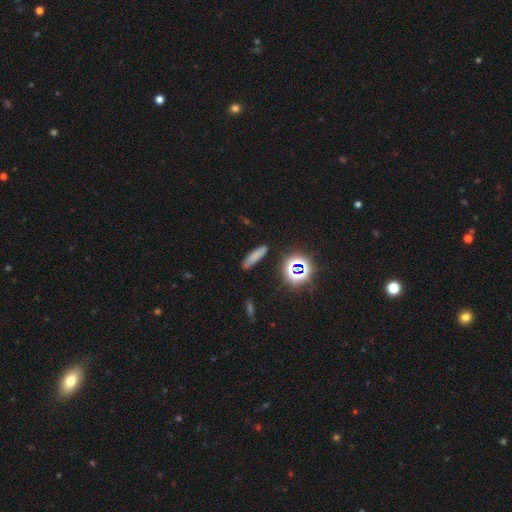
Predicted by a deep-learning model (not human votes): Smooth or featured? Predicted: smooth (p=0.70). How rounded? Predicted: cigar-shaped (p=0.78). Merging? Predicted: none (p=0.85).